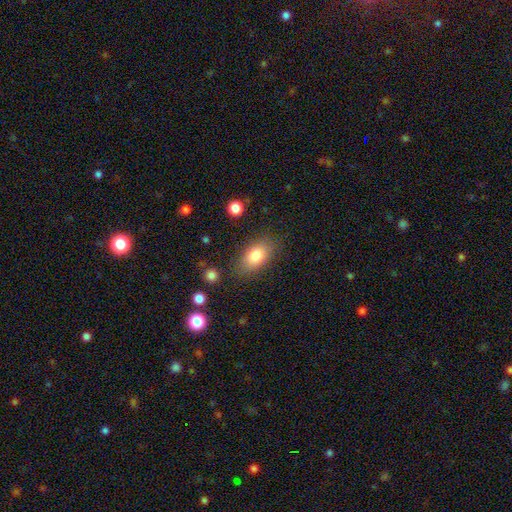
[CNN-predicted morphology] smooth_or_featured: smooth (p=0.81) [alt: featured or disk p=0.11]
how_rounded: in between (p=0.88) [alt: round p=0.08]
merging: none (p=0.80) [alt: minor disturbance p=0.13]